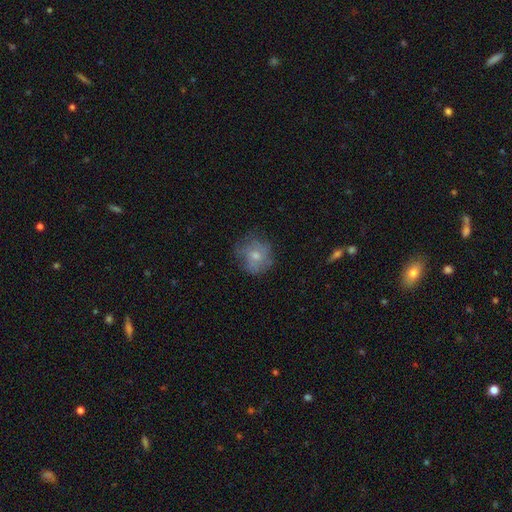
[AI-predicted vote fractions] Smooth or featured: smooth — 60% (featured or disk — 31%)
How rounded: round — 81% (in between — 18%)
Merging: none — 62% (minor disturbance — 25%)